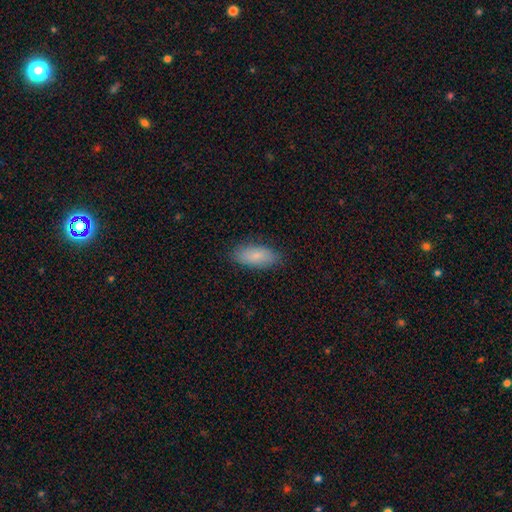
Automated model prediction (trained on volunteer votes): A smooth galaxy with no disk features (82%) that is in between round and cigar-shaped (85%).

Vote fractions:
- Smooth or featured? smooth: 82% / featured or disk: 11% / star or artifact: 7%
- How rounded? in between: 85% / cigar-shaped: 13% / round: 2%
- Merging? none: 85% / minor disturbance: 12% / major disturbance: 3% / merger: 1%